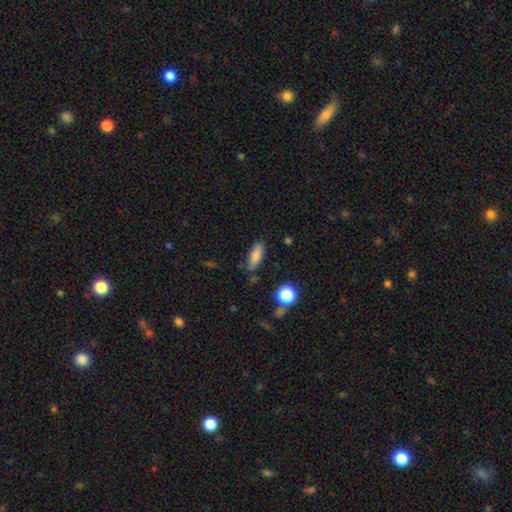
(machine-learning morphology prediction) This appears to be a smooth galaxy with no disk features (80%) that is in between round and cigar-shaped (69%). Merging: none (75%).